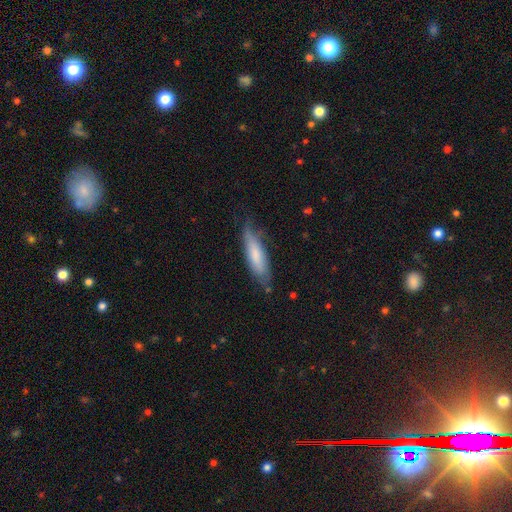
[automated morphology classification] type=smooth (67%); roundness=cigar-shaped (63%); merging=none (67%).